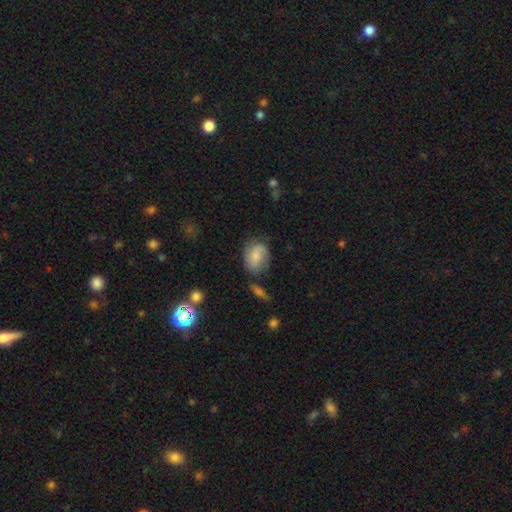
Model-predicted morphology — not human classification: This appears to be a smooth galaxy with no disk features (56%) that is in between round and cigar-shaped (74%). Merging: none (58%).